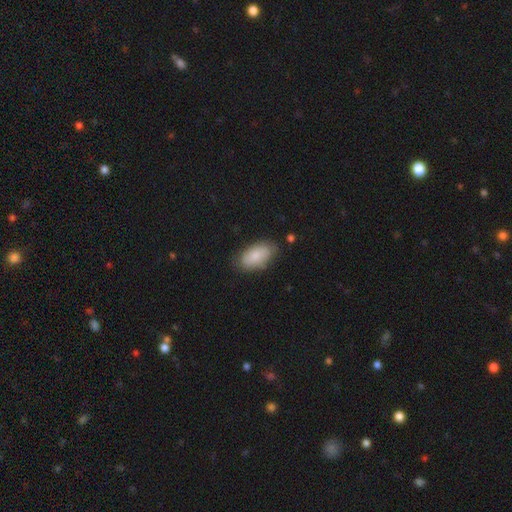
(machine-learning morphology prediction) A smooth galaxy with no disk features (79%) that is in between round and cigar-shaped (94%).

Vote fractions:
- Smooth or featured? smooth: 79% / featured or disk: 15% / star or artifact: 6%
- How rounded? in between: 94% / round: 3% / cigar-shaped: 3%
- Merging? none: 75% / minor disturbance: 19% / major disturbance: 4% / merger: 2%